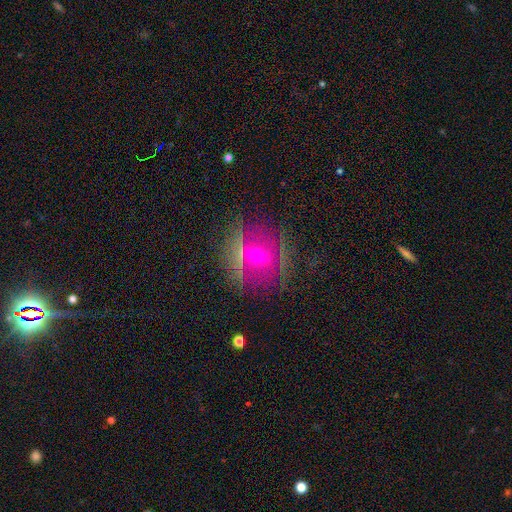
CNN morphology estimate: This is possibly a featured or disk galaxy (51%). It is possibly viewed edge-on (55%). Merging: clearly none (85%).